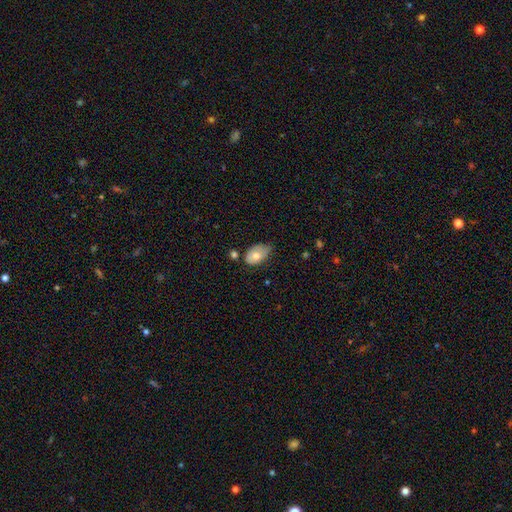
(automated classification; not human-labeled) smooth 72%, featured or disk 20%, star or artifact 7%. Down the decision tree: how rounded — in between (89%); merging — minor disturbance (43%).